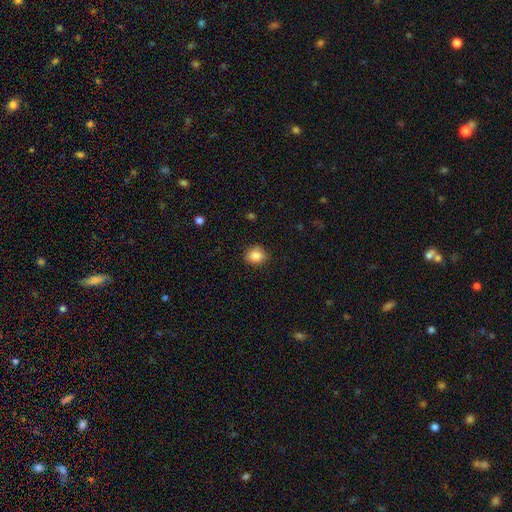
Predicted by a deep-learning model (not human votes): Morphology: type=smooth (85%); roundness=round (68%); merging=none (86%).